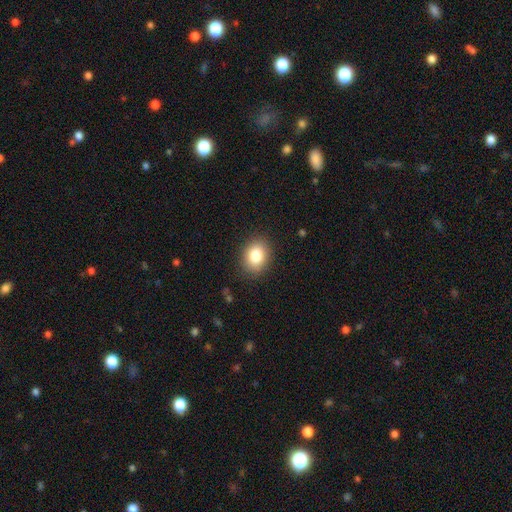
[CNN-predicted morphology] Smooth or featured? Predicted: smooth (p=0.82). How rounded? Predicted: in between (p=0.56). Merging? Predicted: none (p=0.87).